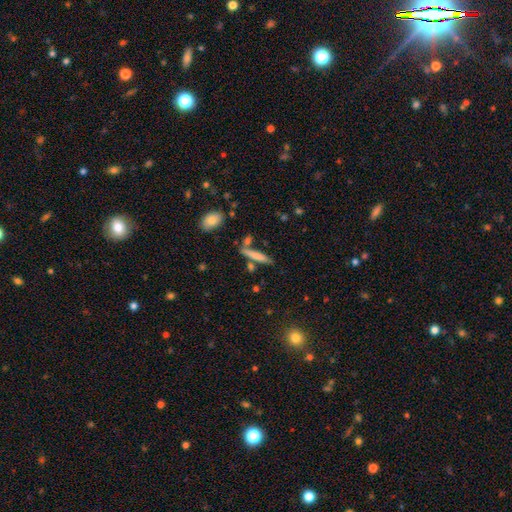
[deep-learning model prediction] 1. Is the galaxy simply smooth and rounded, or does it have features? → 69% smooth, 24% featured or disk, 7% star or artifact.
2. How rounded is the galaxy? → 87% cigar-shaped, 11% in between, 2% round.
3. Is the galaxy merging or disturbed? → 69% none, 13% minor disturbance, 13% merger, 4% major disturbance.